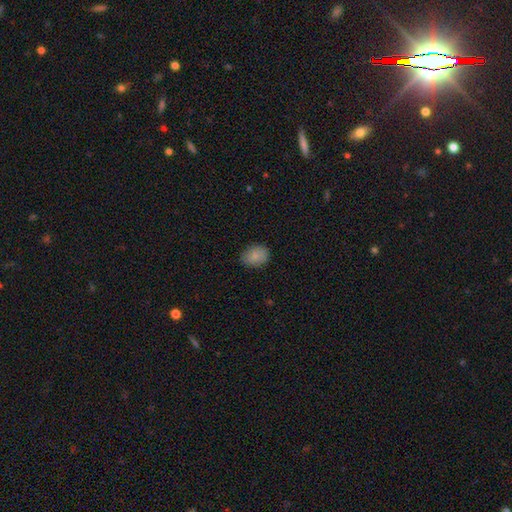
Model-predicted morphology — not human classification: Overall: smooth (83%). How rounded: in between (65%; round 34%). Merging: none (83%).